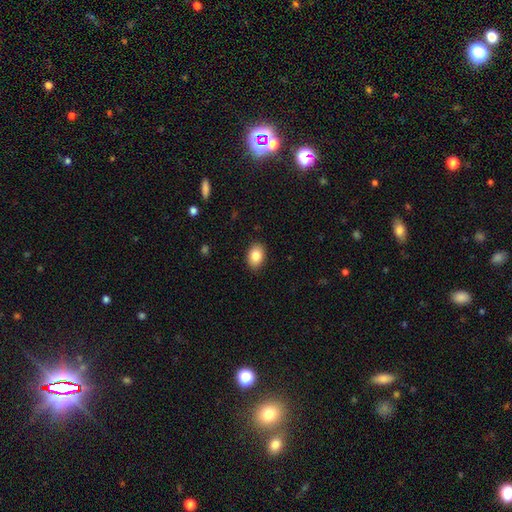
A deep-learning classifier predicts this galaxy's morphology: smooth 84%, star or artifact 8%, featured or disk 8%. Down the decision tree: how rounded — in between (82%); merging — none (89%).